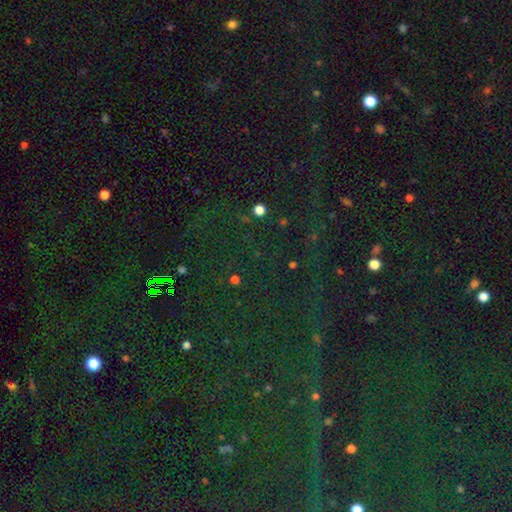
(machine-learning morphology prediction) smooth-or-featured: star or artifact: 82% | smooth: 11% | featured or disk: 7%